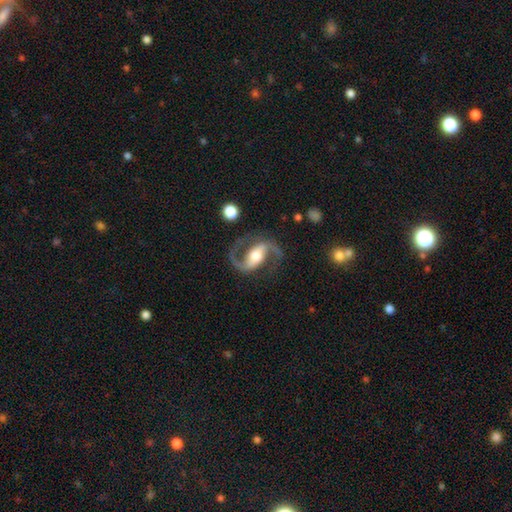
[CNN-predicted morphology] This appears to be a featured or disk galaxy (91%) with a strong bar (49%), 2 (94%) medium (52%) spiral arms (97%) and a moderate central bulge (64%). Merging: none (79%).